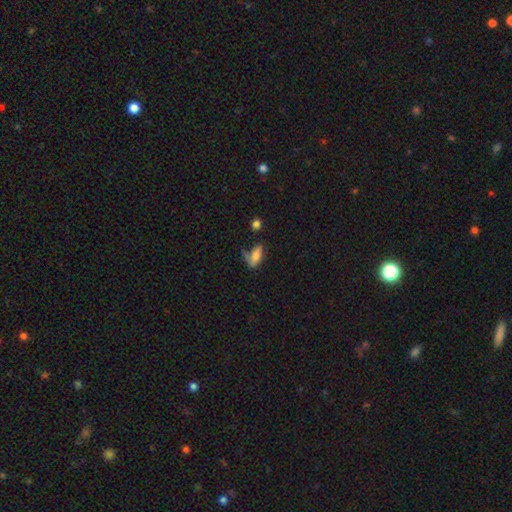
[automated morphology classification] This is likely a smooth galaxy (71%). How rounded: likely in between (76%). Merging: marginally none (39%).